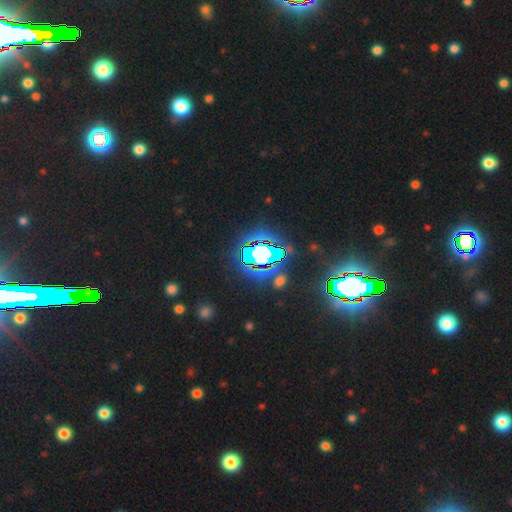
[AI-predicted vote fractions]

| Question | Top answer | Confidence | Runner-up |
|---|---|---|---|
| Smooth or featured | star or artifact | 71% | featured or disk (15%) |